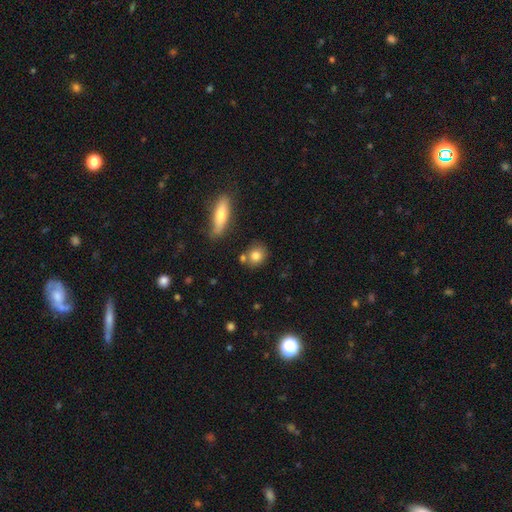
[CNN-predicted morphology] smooth_or_featured: smooth (p=0.80) [alt: featured or disk p=0.11]
how_rounded: round (p=0.73) [alt: in between p=0.24]
merging: none (p=0.72) [alt: merger p=0.13]